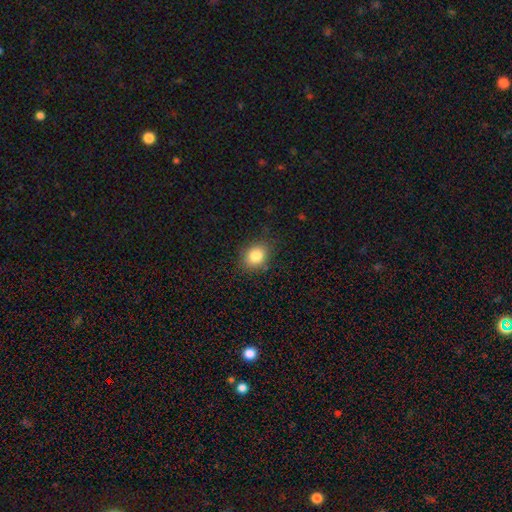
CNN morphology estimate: smooth-or-featured: smooth: 83% | star or artifact: 10% | featured or disk: 7%
  how-rounded: round: 52% | in between: 47% | cigar-shaped: 1%
  merging: none: 82% | minor disturbance: 13% | major disturbance: 3% | merger: 1%